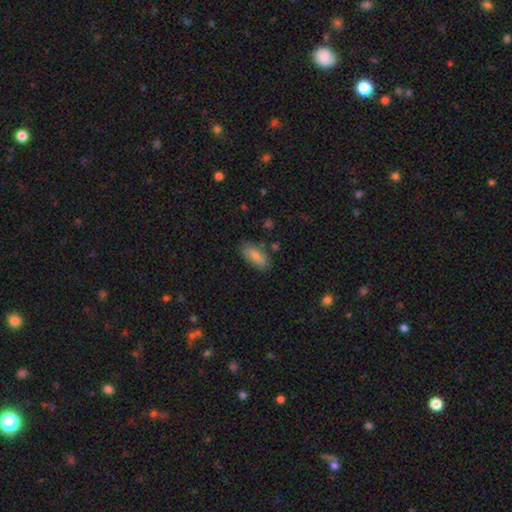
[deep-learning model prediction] This appears to be a smooth galaxy with no disk features (73%) that is in between round and cigar-shaped (83%). Merging: none (81%).